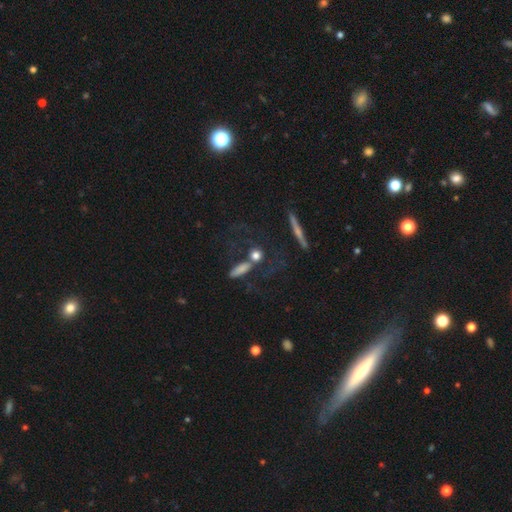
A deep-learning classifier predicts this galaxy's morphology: Smooth or featured? Predicted: smooth (p=0.64). How rounded? Predicted: round (p=0.63). Merging? Predicted: none (p=0.55).